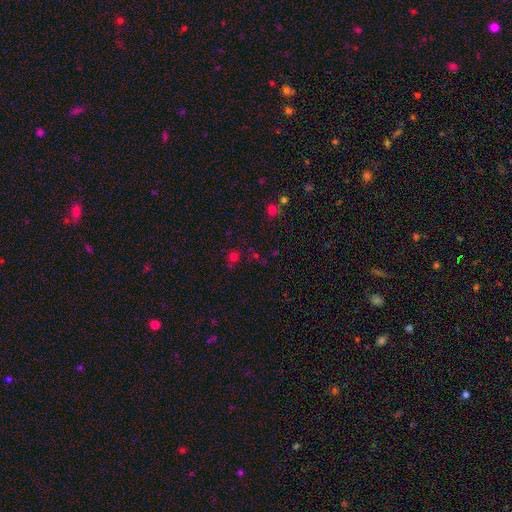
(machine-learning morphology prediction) Smooth or featured?
  - smooth: 51% *
  - star or artifact: 41%
  - featured or disk: 8%
How rounded?
  - round: 85% *
  - in between: 14%
  - cigar-shaped: 1%
Merging?
  - none: 74% *
  - minor disturbance: 11%
  - merger: 10%
  - major disturbance: 6%